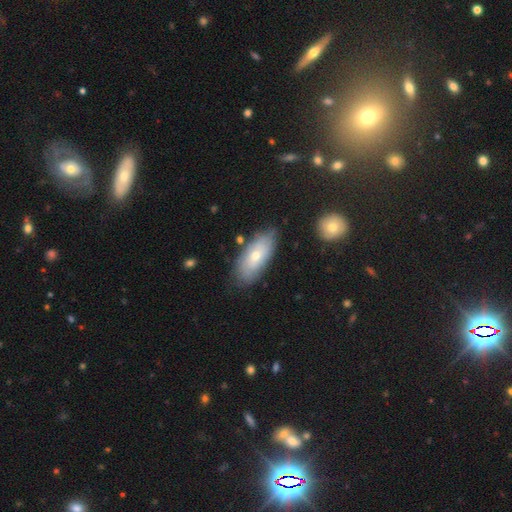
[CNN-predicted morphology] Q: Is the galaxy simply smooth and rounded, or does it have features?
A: smooth — 55%.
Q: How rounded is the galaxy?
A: in between — 88%.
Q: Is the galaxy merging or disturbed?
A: none — 75%.